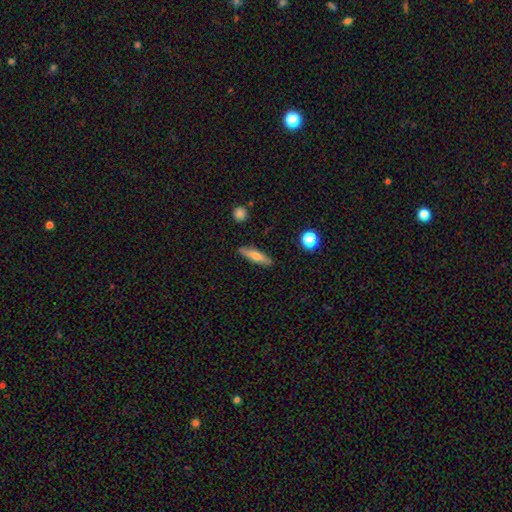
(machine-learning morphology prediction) Smooth or featured: smooth — 65% (featured or disk — 28%)
How rounded: cigar-shaped — 76% (in between — 22%)
Merging: none — 87% (minor disturbance — 9%)